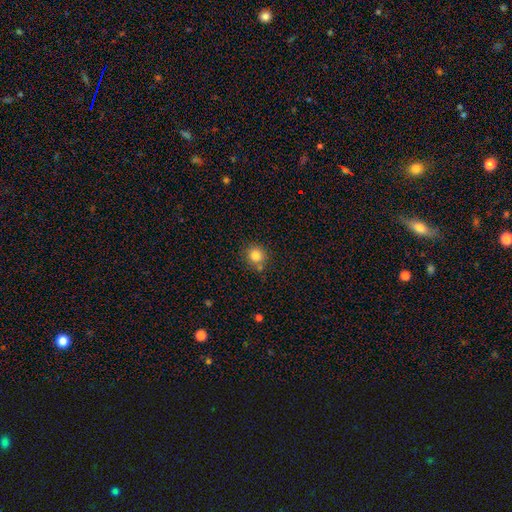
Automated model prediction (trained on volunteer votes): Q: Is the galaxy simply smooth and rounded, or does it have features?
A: smooth — 82%.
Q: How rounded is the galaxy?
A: round — 89%.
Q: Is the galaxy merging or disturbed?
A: none — 75%.